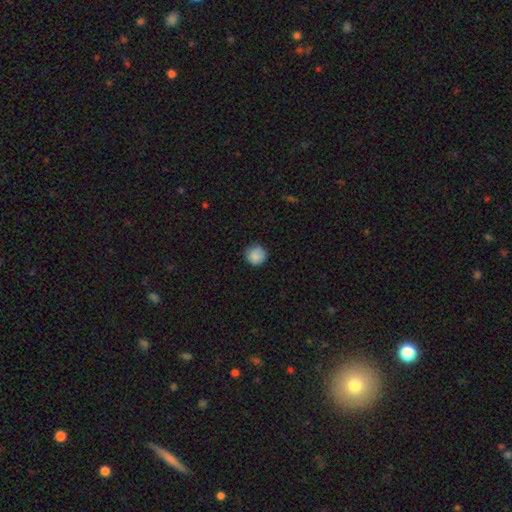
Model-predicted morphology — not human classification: type=smooth (86%); roundness=round (94%); merging=none (85%).